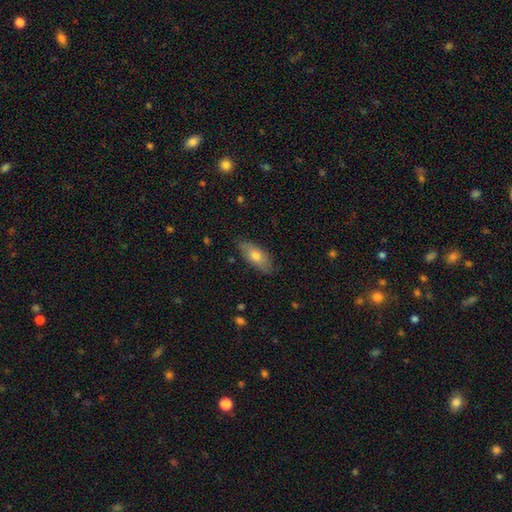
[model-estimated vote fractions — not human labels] smooth 70%, featured or disk 23%, star or artifact 6%. Down the decision tree: how rounded — in between (83%); merging — none (83%).